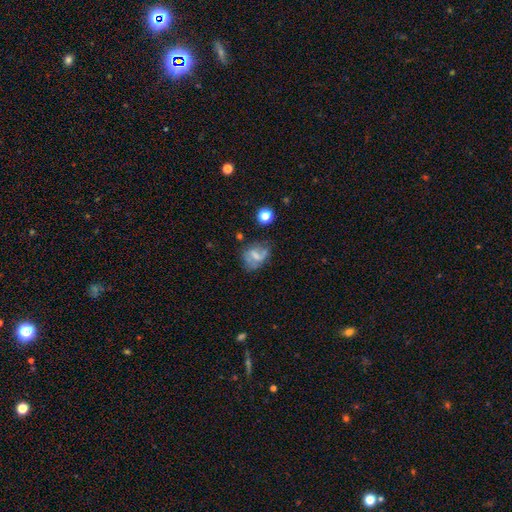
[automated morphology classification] smooth-or-featured: smooth: 47% | featured or disk: 39% | star or artifact: 13%
  merging: none: 47% | minor disturbance: 26% | major disturbance: 20% | merger: 7%